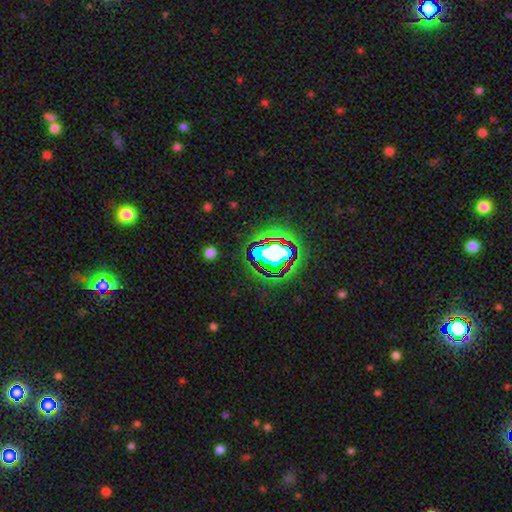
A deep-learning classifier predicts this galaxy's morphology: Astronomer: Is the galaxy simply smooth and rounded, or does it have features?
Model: star or artifact — 60%.